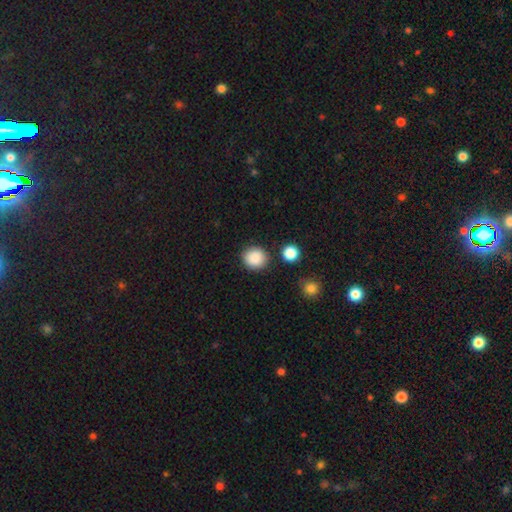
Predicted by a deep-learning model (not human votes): Overall: smooth (88%). How rounded: round (90%). Merging: none (87%).